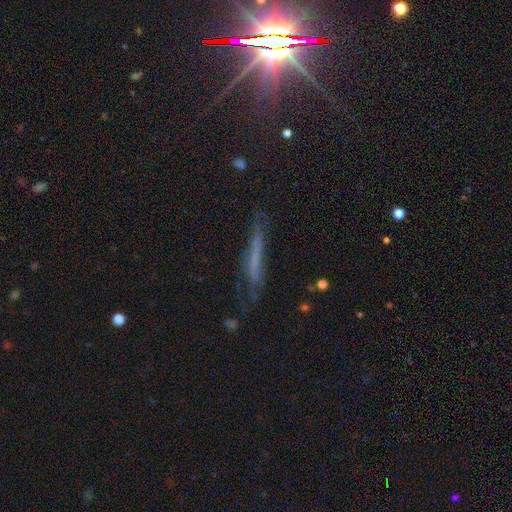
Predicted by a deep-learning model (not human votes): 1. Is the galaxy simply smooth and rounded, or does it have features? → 44% featured or disk, 38% smooth, 17% star or artifact.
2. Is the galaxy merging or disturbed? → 66% none, 22% minor disturbance, 9% major disturbance, 3% merger.